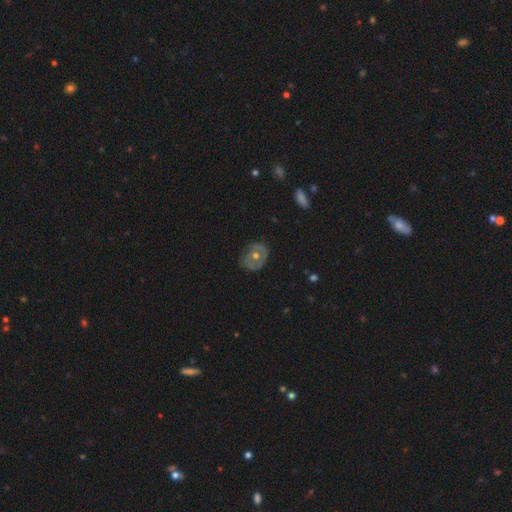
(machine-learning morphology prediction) This is possibly a featured or disk galaxy (57%). It is clearly not viewed edge-on (94%). Bar: clearly no (87%). Spiral arm pattern: likely no (73%). Central bulge: likely moderate (70%). Merging: likely none (79%).